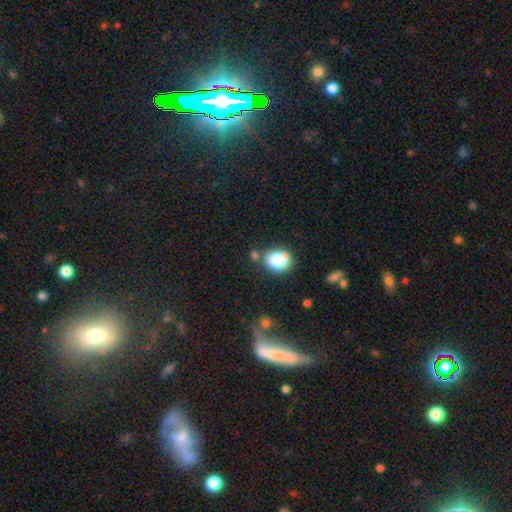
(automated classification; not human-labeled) This appears to be a smooth galaxy with no disk features (76%) that is round (63%). Merging: none (64%).